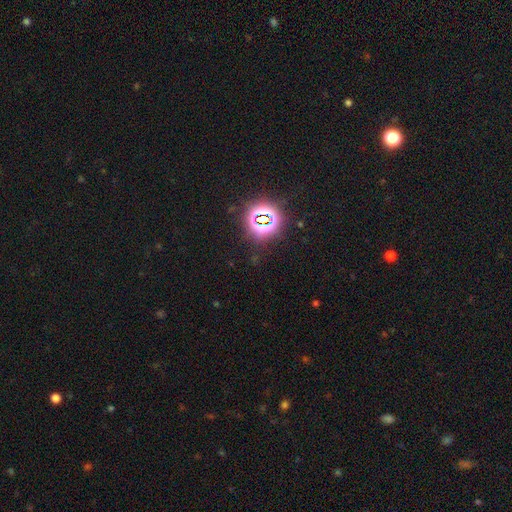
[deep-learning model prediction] smooth-or-featured: star or artifact: 79% | smooth: 14% | featured or disk: 7%